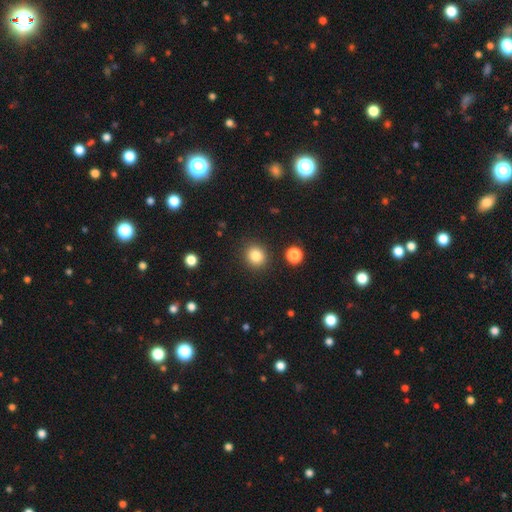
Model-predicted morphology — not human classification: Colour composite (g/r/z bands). It shows a smooth galaxy with no disk features (83%) that is round (80%). Merging: none (88%).